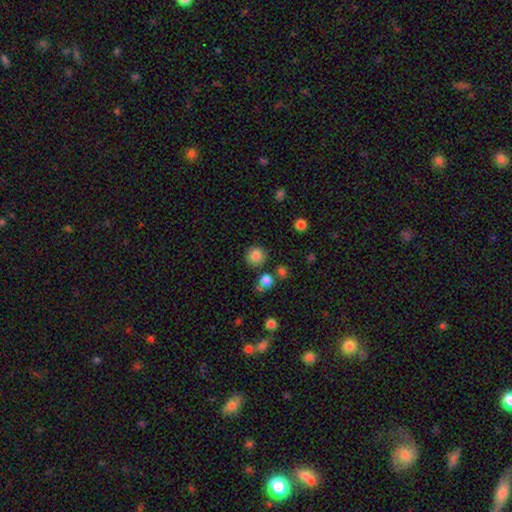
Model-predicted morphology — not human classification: Overall: smooth (84%). How rounded: round (92%). Merging: none (84%).